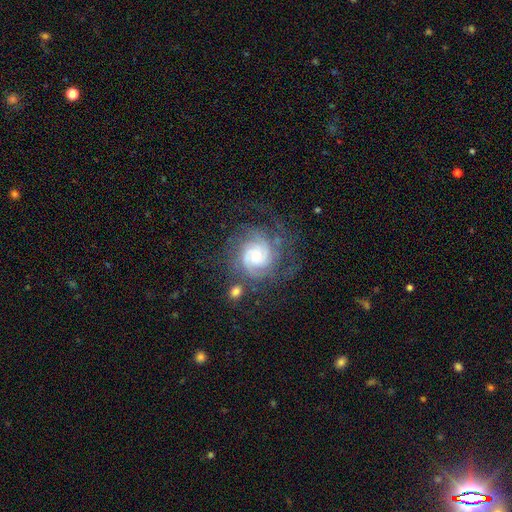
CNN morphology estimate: The model was most divided on "bulge size": small: 47%, moderate: 42%, large: 7%, none: 2%, dominant: 1%. Remaining: edge-on disk — no (98%); spiral arms — yes (97%); smooth or featured — featured or disk (84%); bar — no (67%); merging — none (66%); spiral winding — tight (65%); spiral arm count — 2 (32%).